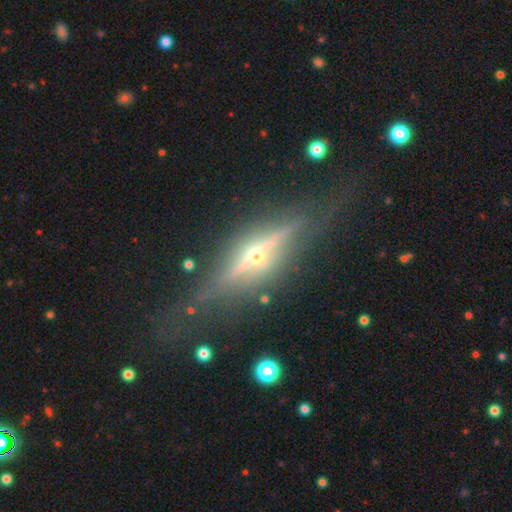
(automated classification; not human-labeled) A featured or disk galaxy (84%) viewed edge-on (95%) with a rounded central bulge (92%). Merging: none (79%).